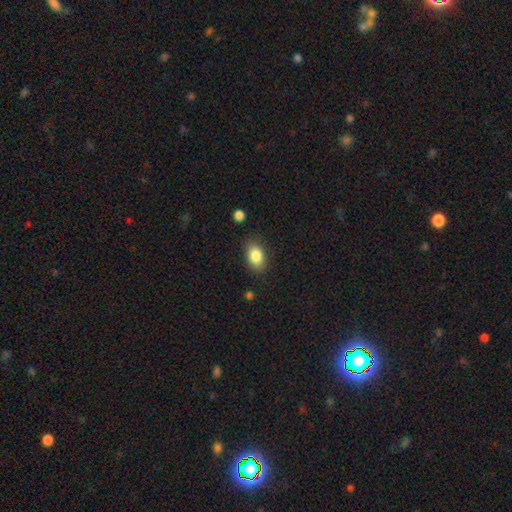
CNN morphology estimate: A smooth galaxy with no disk features (85%) that is in between round and cigar-shaped (83%).

Vote fractions:
- Smooth or featured? smooth: 85% / star or artifact: 8% / featured or disk: 7%
- How rounded? in between: 83% / round: 16% / cigar-shaped: 1%
- Merging? none: 82% / minor disturbance: 13% / major disturbance: 3% / merger: 2%